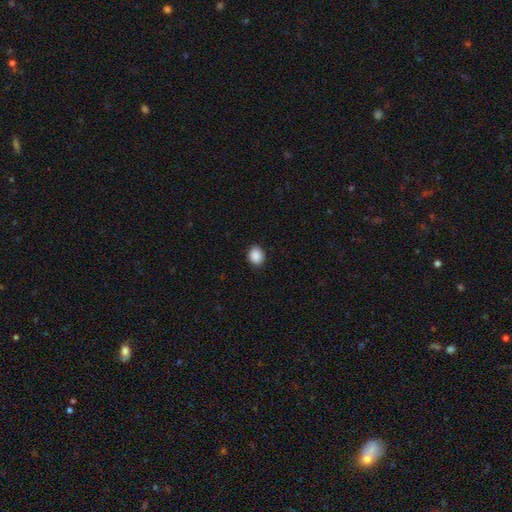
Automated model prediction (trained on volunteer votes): Smooth or featured?
  - smooth: 89% *
  - star or artifact: 8%
  - featured or disk: 2%
How rounded?
  - round: 56% *
  - in between: 43%
  - cigar-shaped: 1%
Merging?
  - none: 90% *
  - minor disturbance: 7%
  - major disturbance: 2%
  - merger: 1%